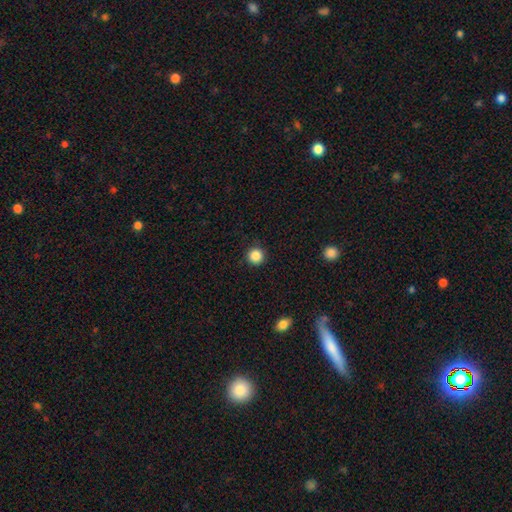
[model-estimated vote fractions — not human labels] This is clearly a smooth galaxy (86%). How rounded: clearly round (96%). Merging: clearly none (91%).